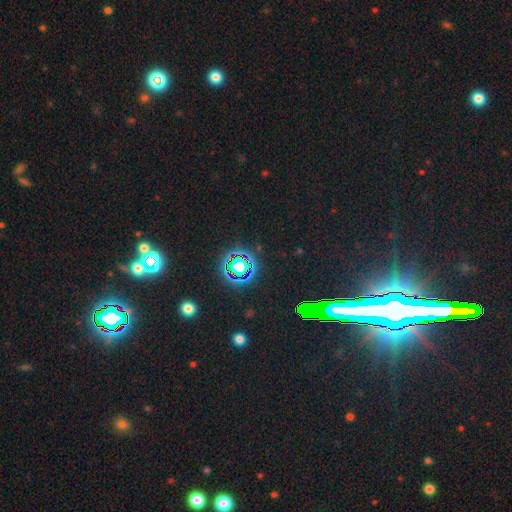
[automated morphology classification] smooth_or_featured: star or artifact (p=0.80) [alt: smooth p=0.10]